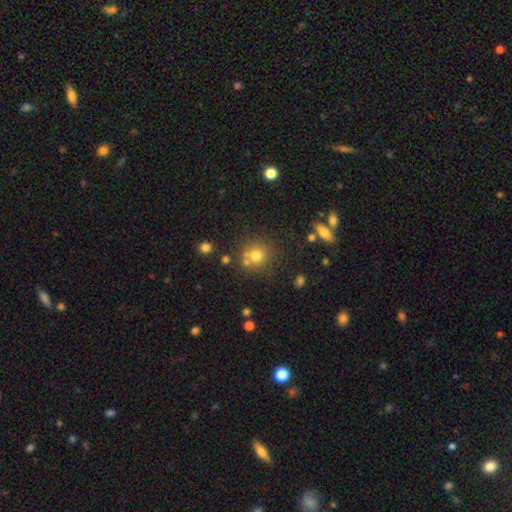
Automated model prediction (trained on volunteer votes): smooth-or-featured: smooth: 73% | star or artifact: 16% | featured or disk: 12%
  how-rounded: round: 90% | in between: 9% | cigar-shaped: 1%
  merging: none: 67% | merger: 18% | minor disturbance: 11% | major disturbance: 5%